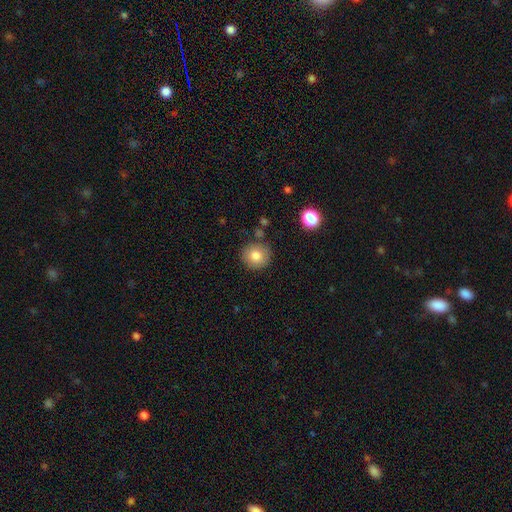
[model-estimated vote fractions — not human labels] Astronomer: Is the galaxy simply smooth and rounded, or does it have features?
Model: smooth — 81%.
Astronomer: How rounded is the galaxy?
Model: round — 90%.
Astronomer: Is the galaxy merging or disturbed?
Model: none — 84%.